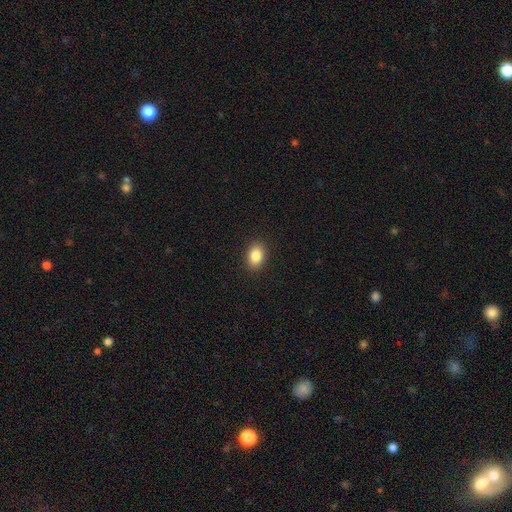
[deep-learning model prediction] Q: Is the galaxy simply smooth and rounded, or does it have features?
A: smooth — 86%.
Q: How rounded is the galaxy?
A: in between — 74%.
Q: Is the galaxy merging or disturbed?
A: none — 90%.